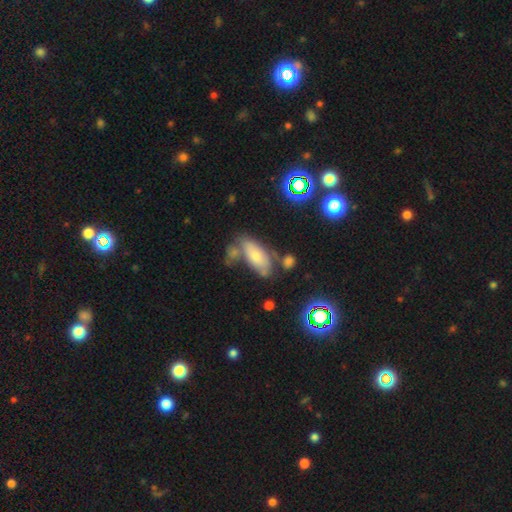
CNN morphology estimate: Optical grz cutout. It shows a smooth galaxy with no disk features (65%) that is in between round and cigar-shaped (85%). Merging: none (49%).